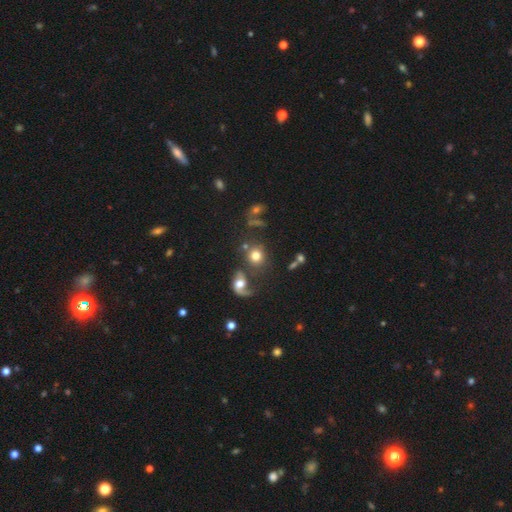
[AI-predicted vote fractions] A smooth galaxy with no disk features (69%) that is round (77%). Merging: none (51%).